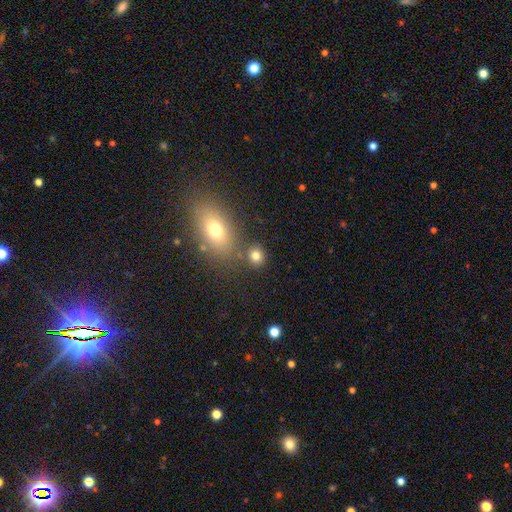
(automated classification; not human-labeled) The model was most divided on "how rounded": round: 78%, in between: 21%, cigar-shaped: 1%. More confident: smooth or featured — smooth (79%); merging — none (76%).